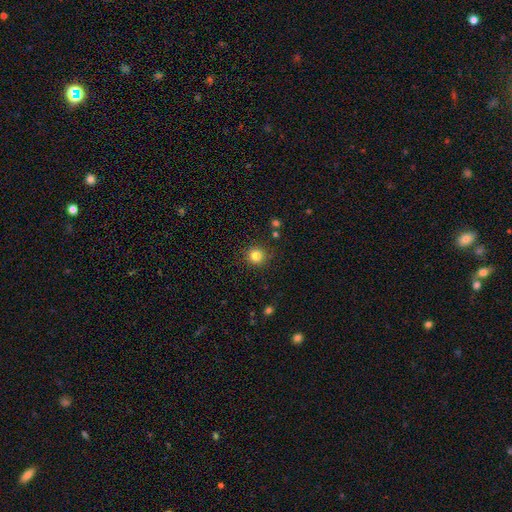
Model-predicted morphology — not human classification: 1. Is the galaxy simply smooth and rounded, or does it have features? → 82% smooth, 13% star or artifact, 6% featured or disk.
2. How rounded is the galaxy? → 93% round, 6% in between, 1% cigar-shaped.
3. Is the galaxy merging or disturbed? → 88% none, 7% minor disturbance, 2% major disturbance, 2% merger.